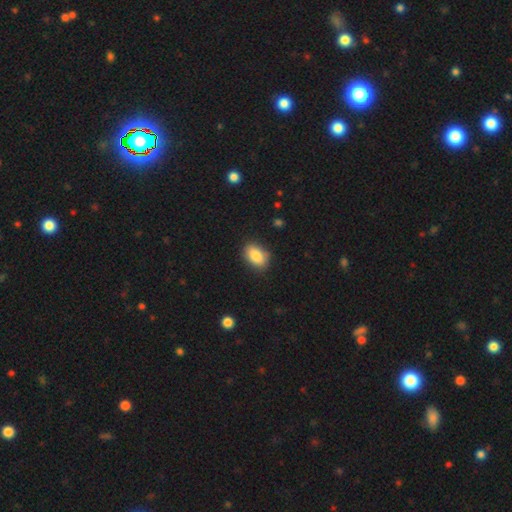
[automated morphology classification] This appears to be a smooth galaxy with no disk features (85%) that is in between round and cigar-shaped (85%). Merging: none (83%).